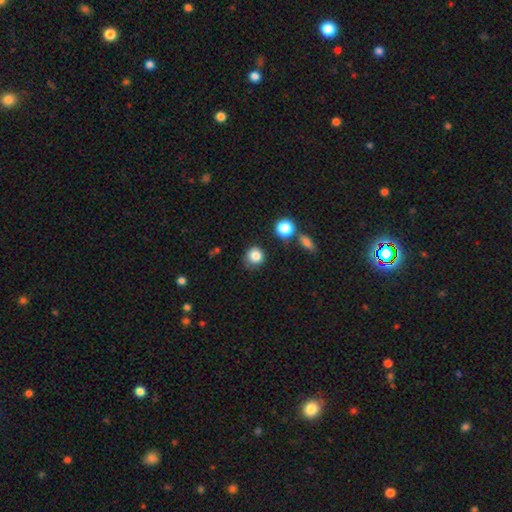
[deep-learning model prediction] Q: Smooth or featured?
A: smooth (84%); runner-up: star or artifact (11%)
Q: How rounded?
A: round (87%); runner-up: in between (12%)
Q: Merging?
A: none (73%); runner-up: minor disturbance (17%)